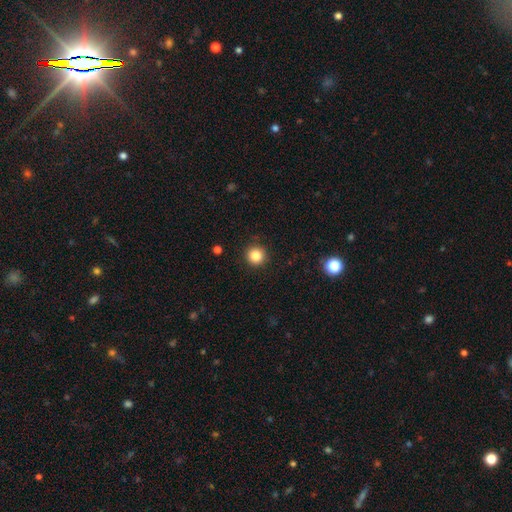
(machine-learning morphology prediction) Smooth or featured? smooth (85%)
How rounded? round (95%)
Merging? none (91%)